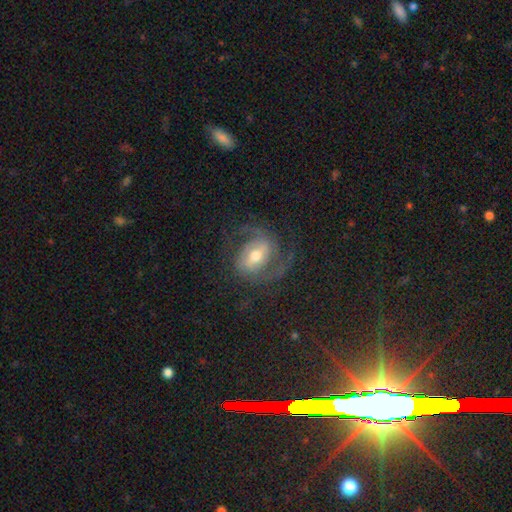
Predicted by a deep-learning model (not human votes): A featured or disk galaxy (80%) with a weak bar (47%), 2 (74%) medium (51%) spiral arms (93%) and a moderate central bulge (70%).

Vote fractions:
- Smooth or featured? featured or disk: 80% / smooth: 13% / star or artifact: 7%
- Edge-on disk? no: 97% / yes: 3%
- Bar? weak: 47% / strong: 29% / no: 24%
- Spiral arms? yes: 93% / no: 7%
- Spiral winding? medium: 51% / loose: 26% / tight: 23%
- Spiral arm count? 2: 74% / can't tell: 8% / 3: 8% / 1: 5% / 4: 2% / more than 4: 2%
- Bulge size? moderate: 70% / small: 18% / large: 9% / none: 1% / dominant: 1%
- Merging? none: 65% / minor disturbance: 17% / major disturbance: 16% / merger: 1%